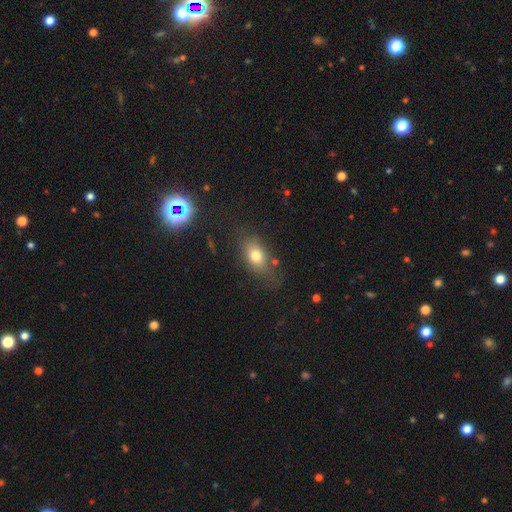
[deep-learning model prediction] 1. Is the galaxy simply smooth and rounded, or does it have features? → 75% smooth, 14% featured or disk, 11% star or artifact.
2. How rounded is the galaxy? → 79% in between, 17% round, 5% cigar-shaped.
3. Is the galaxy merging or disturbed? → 66% none, 20% minor disturbance, 9% major disturbance, 4% merger.